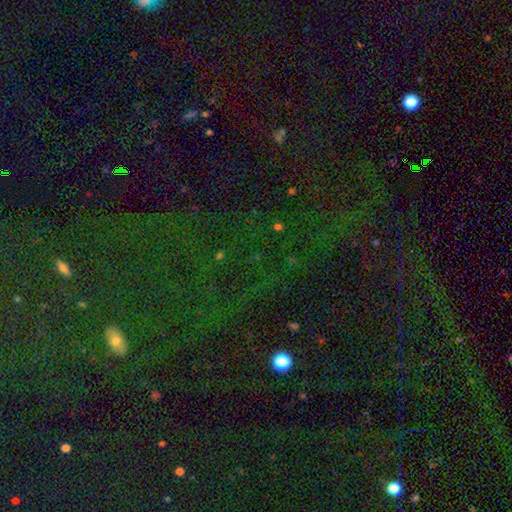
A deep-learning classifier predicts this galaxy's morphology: star or artifact 78%, smooth 14%, featured or disk 9%.